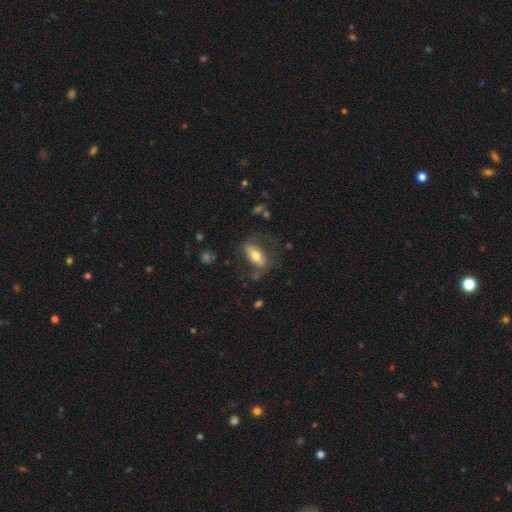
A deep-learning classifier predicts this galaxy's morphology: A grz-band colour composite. It shows a smooth galaxy with no disk features (49%). Merging: none (62%).